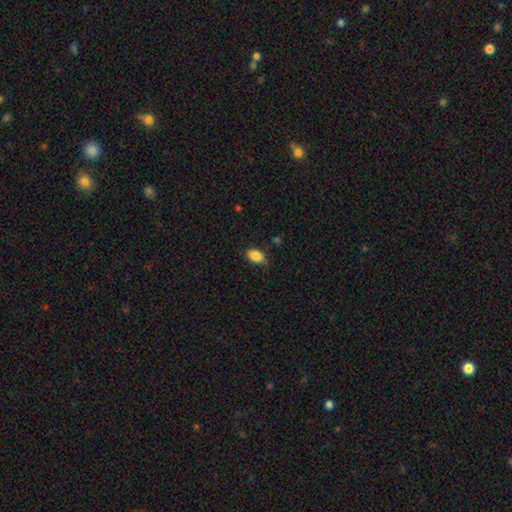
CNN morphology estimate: smooth-or-featured: smooth: 87% | star or artifact: 8% | featured or disk: 5%
  how-rounded: in between: 87% | round: 12% | cigar-shaped: 2%
  merging: none: 76% | minor disturbance: 20% | major disturbance: 3% | merger: 1%